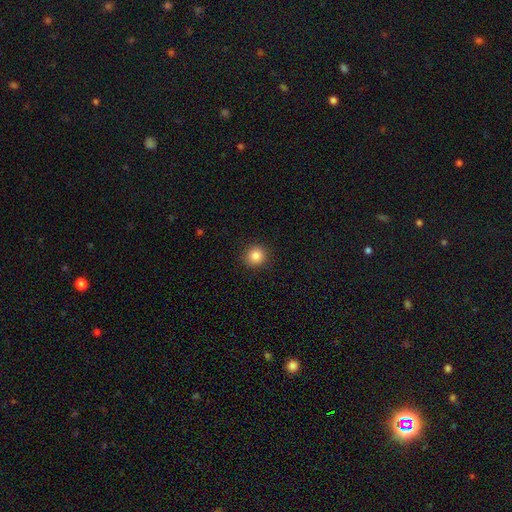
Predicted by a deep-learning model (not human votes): smooth-or-featured: smooth: 86% | star or artifact: 10% | featured or disk: 4%
  how-rounded: round: 92% | in between: 7% | cigar-shaped: 1%
  merging: none: 92% | minor disturbance: 5% | major disturbance: 2% | merger: 1%